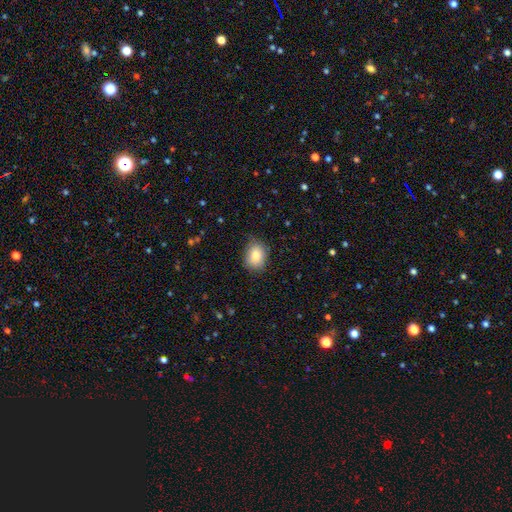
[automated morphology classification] A smooth galaxy with no disk features (83%) that is in between round and cigar-shaped (63%). Merging: none (72%).